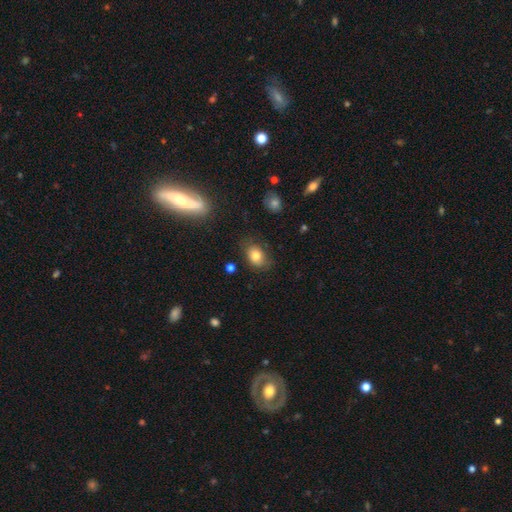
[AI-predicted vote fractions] Smooth or featured: smooth — 80% (featured or disk — 11%)
How rounded: in between — 78% (round — 21%)
Merging: none — 72% (minor disturbance — 20%)